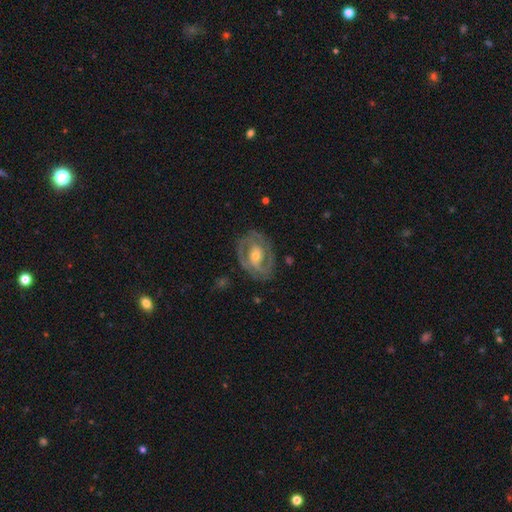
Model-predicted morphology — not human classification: The model was most divided on "bar": weak: 39%, no: 35%, strong: 26%. More confident: edge-on disk — no (96%); spiral arms — yes (89%); smooth or featured — featured or disk (85%); merging — none (79%); spiral arm count — 2 (75%); bulge size — moderate (56%); spiral winding — tight (52%).